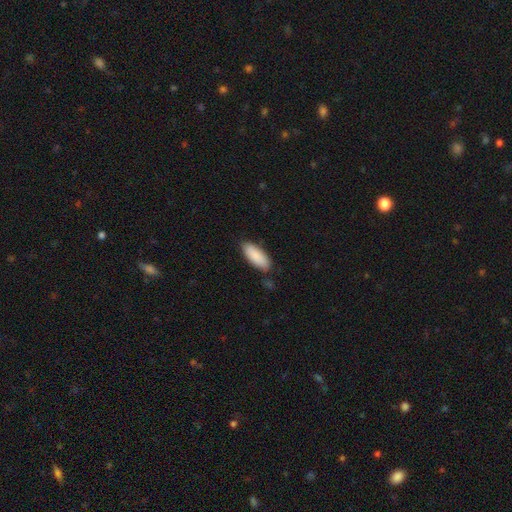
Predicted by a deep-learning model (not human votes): smooth-or-featured: smooth: 89% | featured or disk: 5% | star or artifact: 5%
  how-rounded: in between: 74% | cigar-shaped: 24% | round: 2%
  merging: none: 82% | minor disturbance: 13% | major disturbance: 2% | merger: 2%